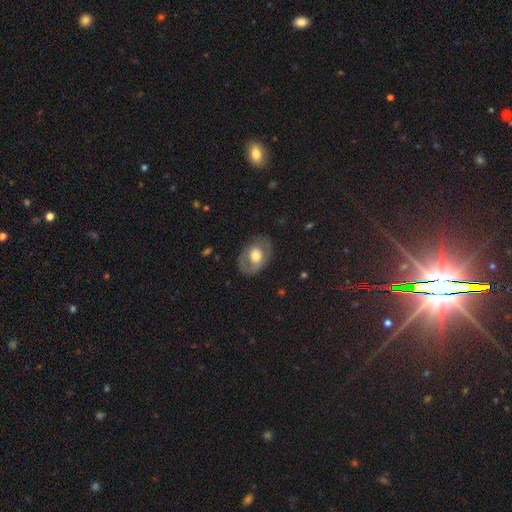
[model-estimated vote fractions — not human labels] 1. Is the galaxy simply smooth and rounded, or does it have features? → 48% smooth, 46% featured or disk, 6% star or artifact.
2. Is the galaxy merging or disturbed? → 77% none, 15% minor disturbance, 8% major disturbance, 1% merger.